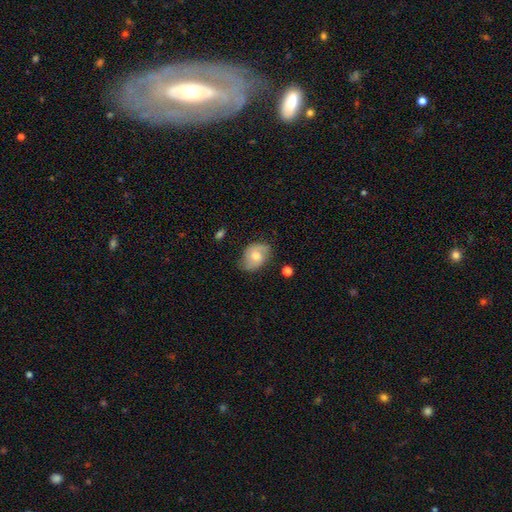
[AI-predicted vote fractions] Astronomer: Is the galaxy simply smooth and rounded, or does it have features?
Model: smooth — 47% (runner-up: featured or disk, 45%).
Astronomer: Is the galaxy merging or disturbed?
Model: none — 68%.